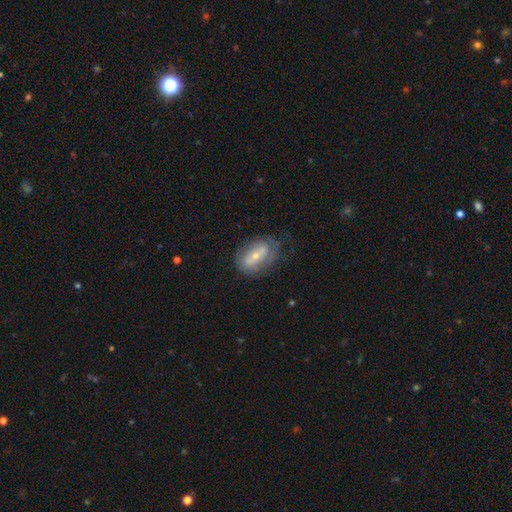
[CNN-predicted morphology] This appears to be a featured or disk galaxy (55%). Merging: none (60%).